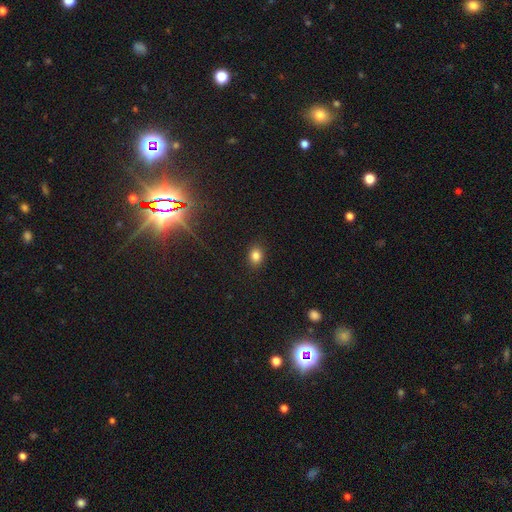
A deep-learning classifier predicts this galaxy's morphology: Overall: smooth (82%). How rounded: in between (51%; round 48%). Merging: none (89%).